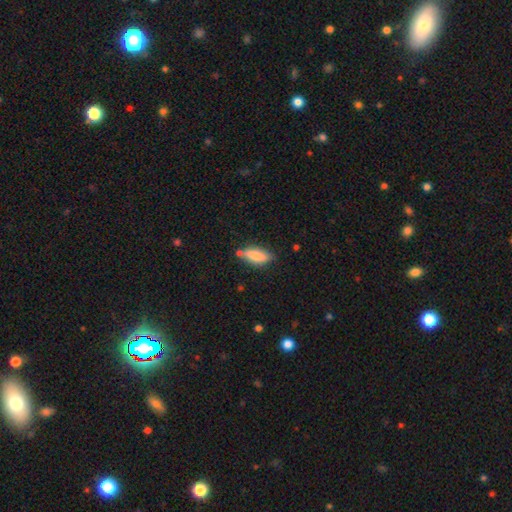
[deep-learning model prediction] This is clearly a smooth galaxy (80%). How rounded: possibly in between (58%). Merging: likely none (69%).